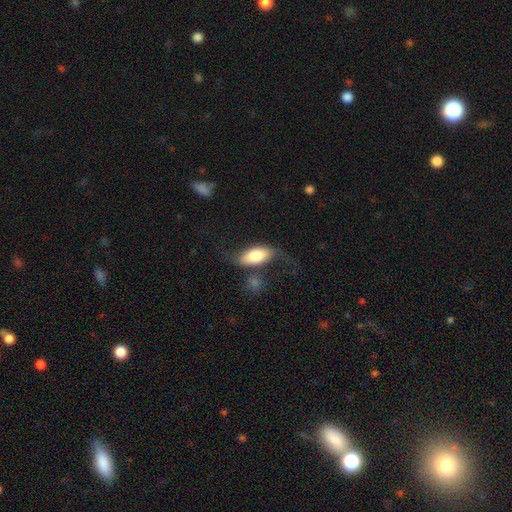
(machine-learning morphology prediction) A smooth galaxy with no disk features (67%) that is in between round and cigar-shaped (85%). Merging: none (46%).